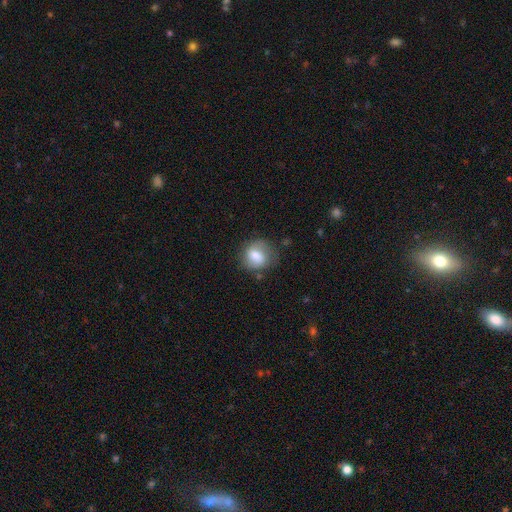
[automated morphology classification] Smooth or featured? Predicted: smooth (p=0.72). How rounded? Predicted: round (p=0.71). Merging? Predicted: none (p=0.64).